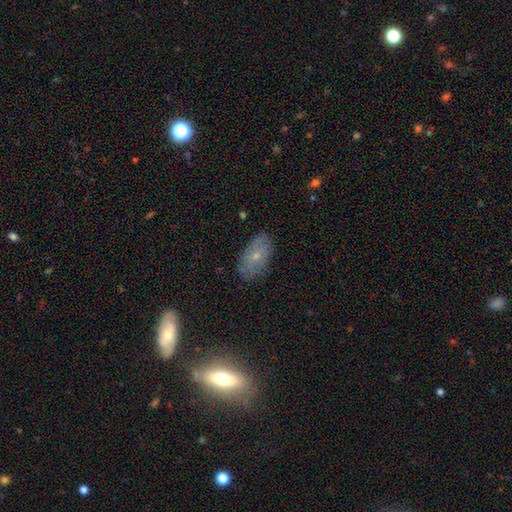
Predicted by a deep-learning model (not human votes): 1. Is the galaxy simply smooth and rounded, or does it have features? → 56% smooth, 34% featured or disk, 11% star or artifact.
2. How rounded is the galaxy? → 92% in between, 5% round, 3% cigar-shaped.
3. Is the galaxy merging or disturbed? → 79% none, 16% minor disturbance, 4% major disturbance, 1% merger.